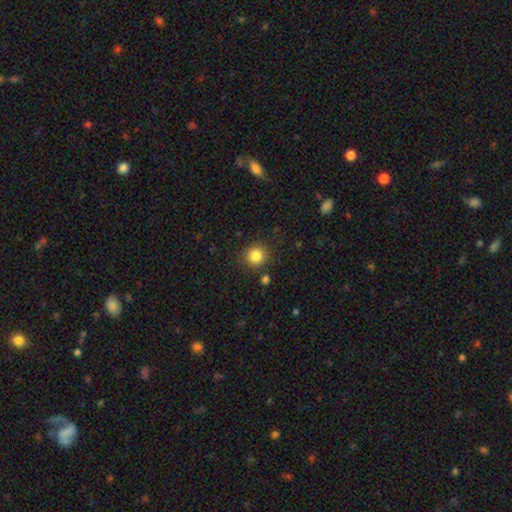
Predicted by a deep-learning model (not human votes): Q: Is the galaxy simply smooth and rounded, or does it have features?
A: smooth — 84%.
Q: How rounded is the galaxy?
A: round — 91%.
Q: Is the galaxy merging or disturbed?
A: none — 88%.